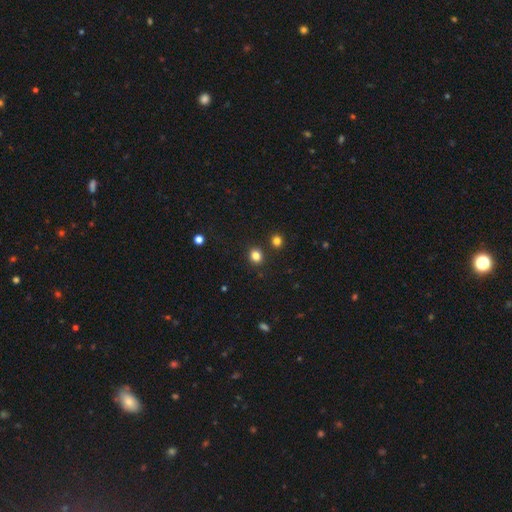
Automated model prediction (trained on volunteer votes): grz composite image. It shows a smooth galaxy with no disk features (82%) that is round (79%). Merging: none (87%).